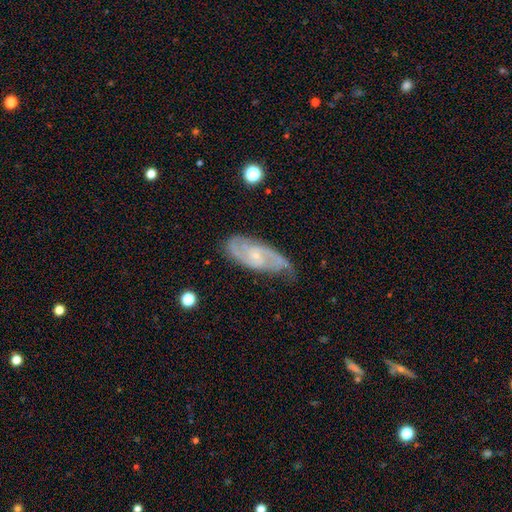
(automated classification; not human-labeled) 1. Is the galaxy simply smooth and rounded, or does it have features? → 86% featured or disk, 9% smooth, 5% star or artifact.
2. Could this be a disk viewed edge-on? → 94% no, 6% yes.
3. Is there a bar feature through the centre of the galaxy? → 53% no, 38% weak, 9% strong.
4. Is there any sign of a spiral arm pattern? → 97% yes, 3% no.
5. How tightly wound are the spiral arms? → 49% medium, 38% tight, 13% loose.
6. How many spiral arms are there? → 72% 2, 11% 3, 9% can't tell, 2% 4, 2% 1, 2% more than 4.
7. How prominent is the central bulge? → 76% small, 18% moderate, 4% none, 1% large, 1% dominant.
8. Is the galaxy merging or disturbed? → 66% none, 25% minor disturbance, 7% major disturbance, 2% merger.